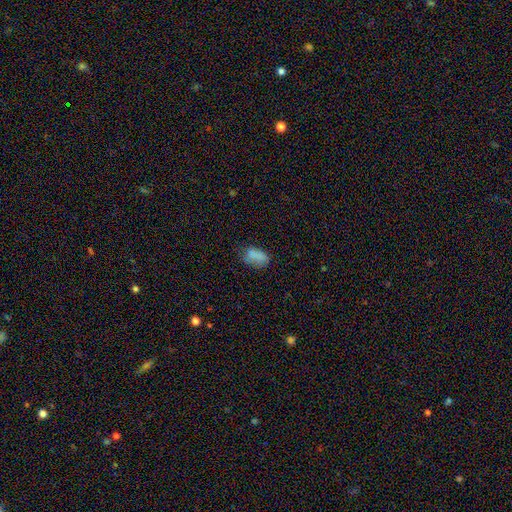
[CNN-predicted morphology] Smooth or featured? smooth (80%)
How rounded? in between (91%)
Merging? none (51%)